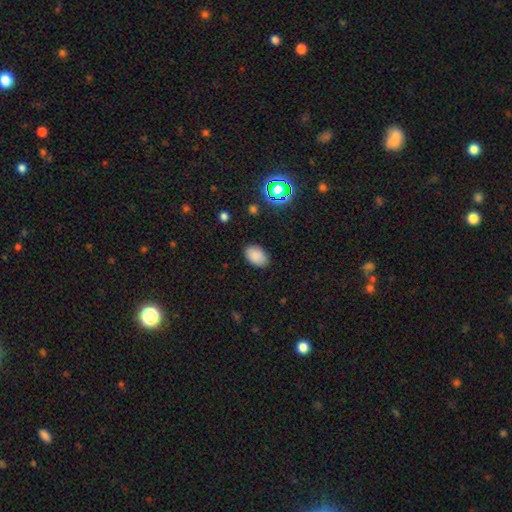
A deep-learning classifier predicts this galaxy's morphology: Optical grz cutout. It shows a smooth galaxy with no disk features (85%) that is in between round and cigar-shaped (89%). Merging: none (85%).